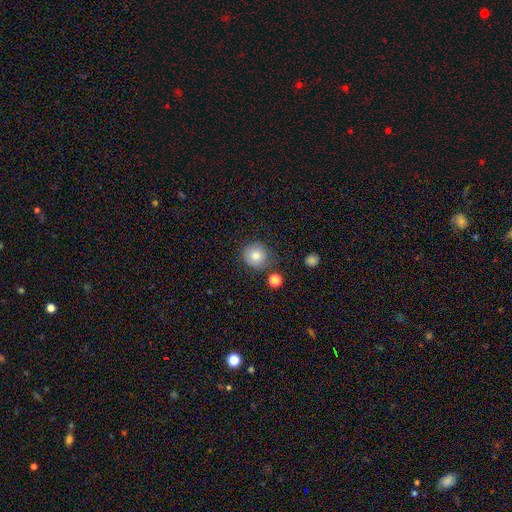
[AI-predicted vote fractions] Smooth or featured?
  - smooth: 81% *
  - star or artifact: 10%
  - featured or disk: 8%
How rounded?
  - round: 89% *
  - in between: 10%
  - cigar-shaped: 1%
Merging?
  - none: 77% *
  - minor disturbance: 14%
  - merger: 5%
  - major disturbance: 4%